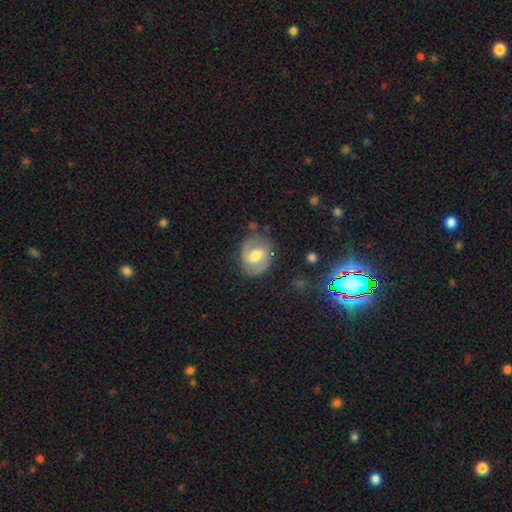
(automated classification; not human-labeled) The model was most divided on "spiral winding": medium: 51%, tight: 29%, loose: 20%. More confident: edge-on disk — no (97%); spiral arm count — 2 (86%); spiral arms — yes (85%); merging — none (77%); smooth or featured — featured or disk (68%); bulge size — moderate (66%); bar — weak (52%).